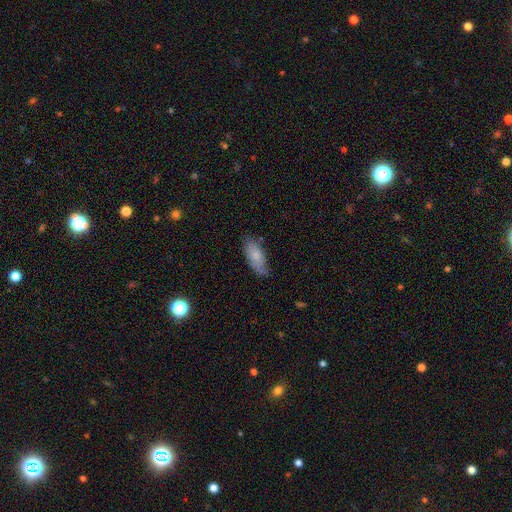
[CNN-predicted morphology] smooth 74%, featured or disk 19%, star or artifact 6%. Down the decision tree: how rounded — in between (82%); merging — none (64%).